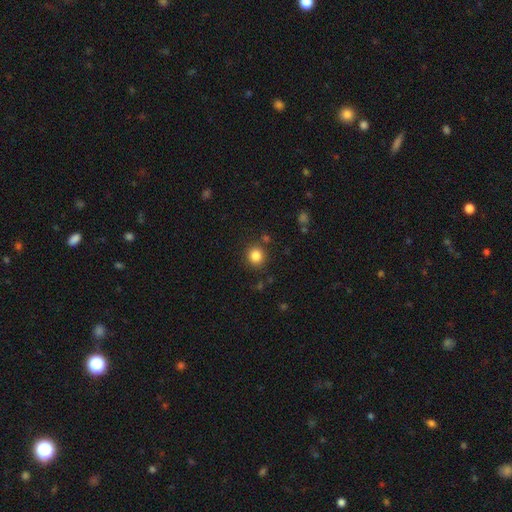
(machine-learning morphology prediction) smooth 84%, star or artifact 11%, featured or disk 5%. Down the decision tree: how rounded — round (87%); merging — none (86%).